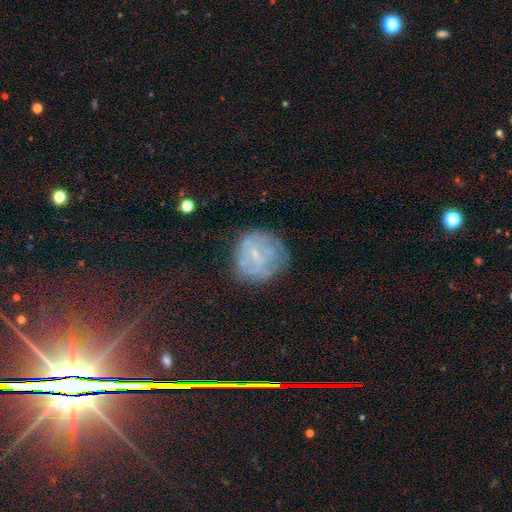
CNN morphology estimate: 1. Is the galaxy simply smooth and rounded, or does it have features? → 51% featured or disk, 37% smooth, 12% star or artifact.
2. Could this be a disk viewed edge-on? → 97% no, 3% yes.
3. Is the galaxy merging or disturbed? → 68% none, 20% minor disturbance, 10% major disturbance, 2% merger.